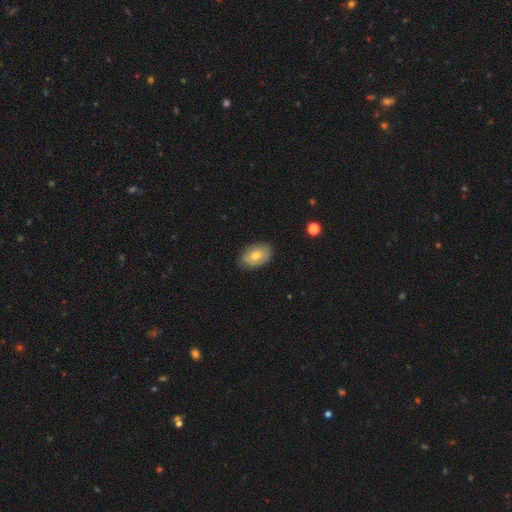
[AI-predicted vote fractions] Smooth or featured? smooth (67%)
How rounded? in between (87%)
Merging? none (83%)